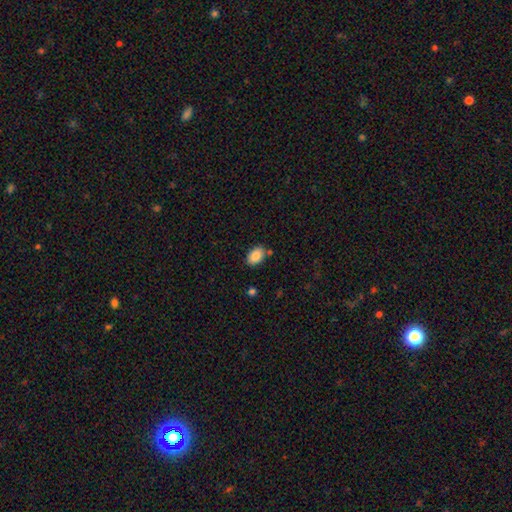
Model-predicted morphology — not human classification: This is clearly a smooth galaxy (86%). How rounded: clearly in between (87%). Merging: likely none (79%).